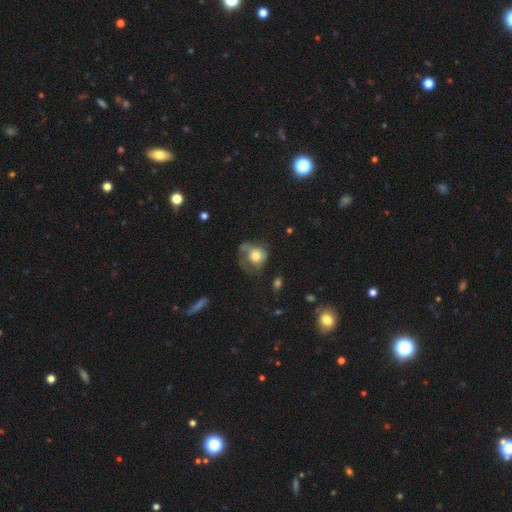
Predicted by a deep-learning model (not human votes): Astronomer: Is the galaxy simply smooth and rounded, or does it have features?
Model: smooth — 65%.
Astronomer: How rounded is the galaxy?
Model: round — 75%.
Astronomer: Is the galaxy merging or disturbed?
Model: major disturbance — 35% (runner-up: none, 33%).